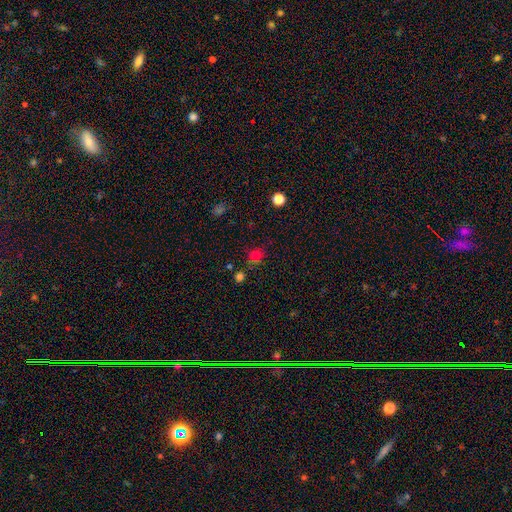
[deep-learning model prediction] A smooth galaxy with no disk features (72%) that is round (80%). Merging: none (73%).